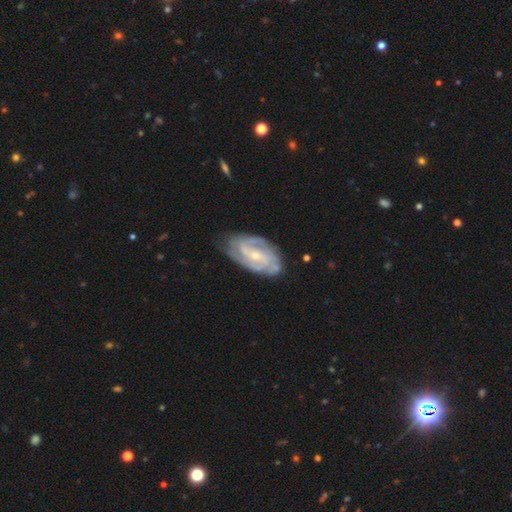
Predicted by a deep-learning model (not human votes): featured or disk 84%, smooth 10%, star or artifact 5%. Down the decision tree: edge-on disk — no (96%); bar — weak (43%); spiral arms — yes (94%); spiral arm count — 2 (44%); spiral winding — tight (49%); bulge size — small (67%); merging — none (72%).